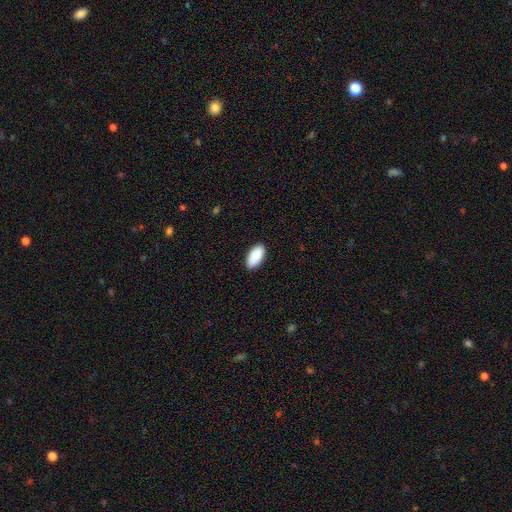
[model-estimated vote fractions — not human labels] A smooth galaxy with no disk features (87%) that is in between round and cigar-shaped (95%). Merging: none (89%).